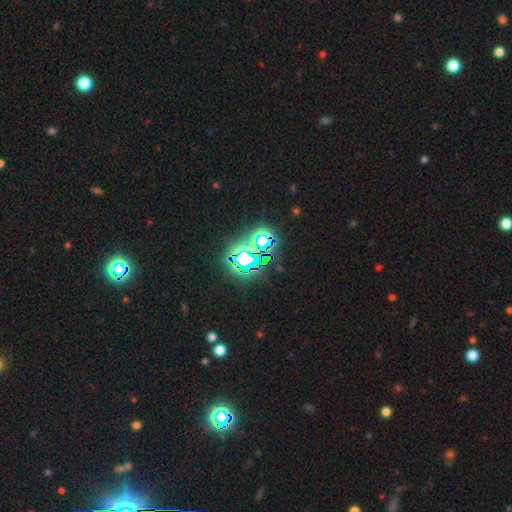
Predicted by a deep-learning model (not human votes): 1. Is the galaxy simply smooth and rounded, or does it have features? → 78% star or artifact, 12% smooth, 10% featured or disk.